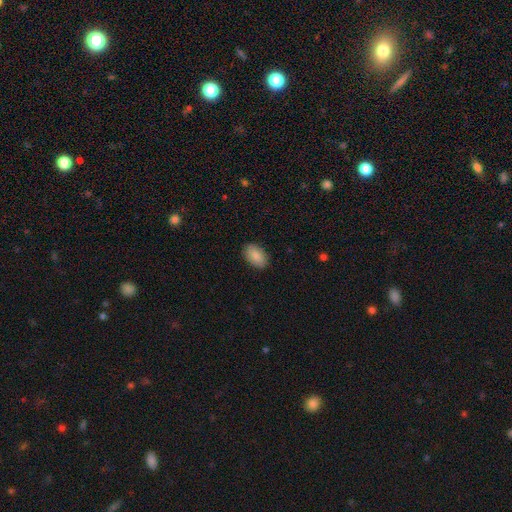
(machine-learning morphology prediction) Smooth or featured? Predicted: smooth (p=0.89). How rounded? Predicted: in between (p=0.94). Merging? Predicted: none (p=0.88).